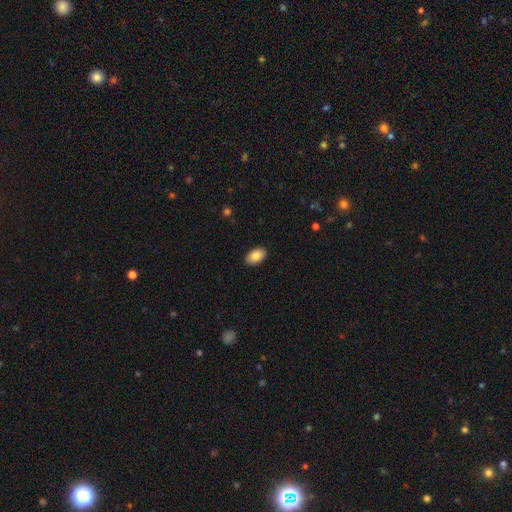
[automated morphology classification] This appears to be a smooth galaxy with no disk features (85%) that is in between round and cigar-shaped (93%). Merging: none (89%).